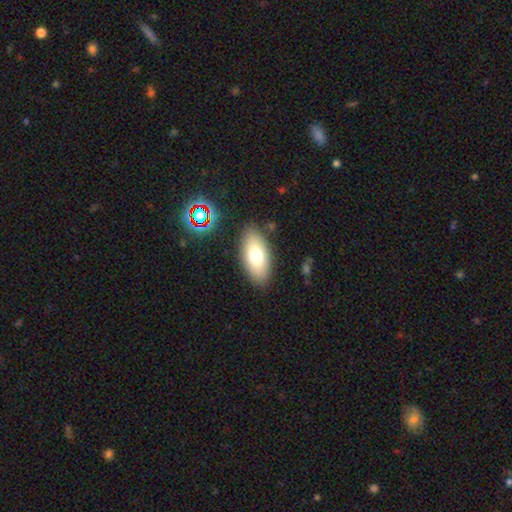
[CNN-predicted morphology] This appears to be a smooth galaxy with no disk features (72%) that is in between round and cigar-shaped (90%). Merging: none (85%).